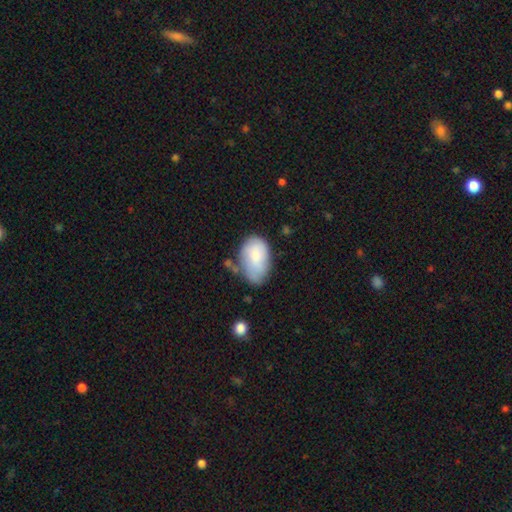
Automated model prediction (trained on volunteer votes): smooth 72%, featured or disk 21%, star or artifact 7%. Down the decision tree: how rounded — in between (90%); merging — none (46%).